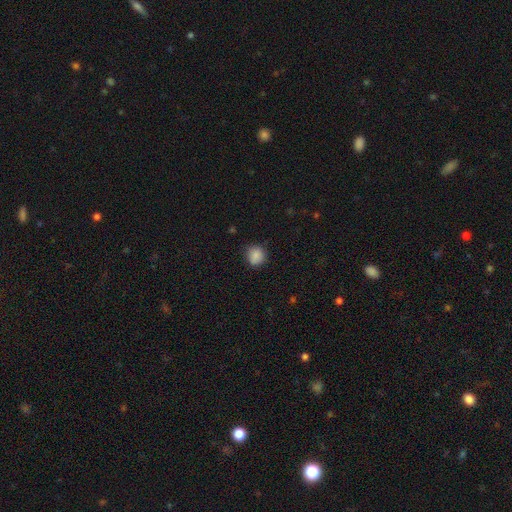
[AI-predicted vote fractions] Overall: smooth (87%). How rounded: round (80%). Merging: none (80%).